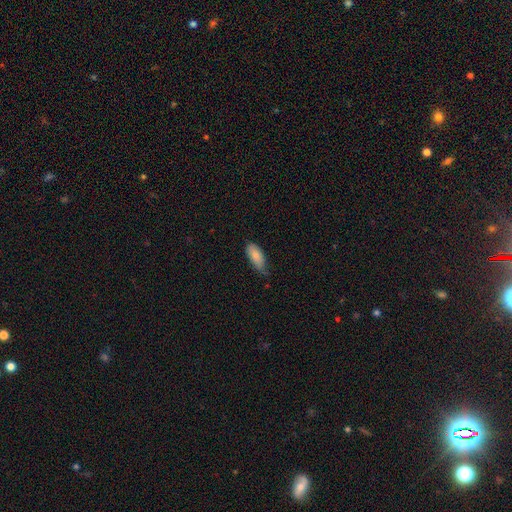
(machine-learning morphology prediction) smooth 86%, featured or disk 8%, star or artifact 6%. Down the decision tree: how rounded — in between (82%); merging — none (57%).